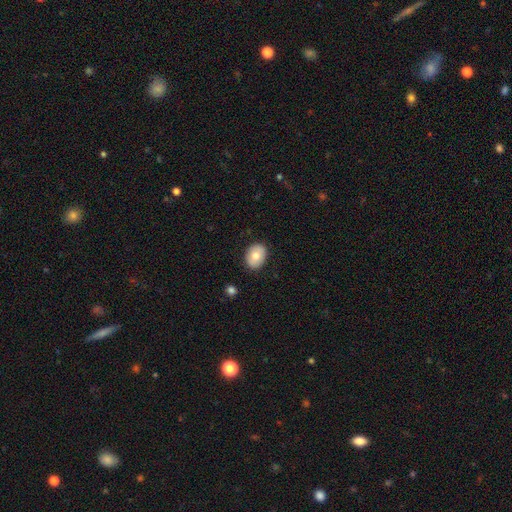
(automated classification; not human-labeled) Smooth or featured: smooth — 76% (featured or disk — 17%)
How rounded: in between — 71% (round — 28%)
Merging: none — 87% (minor disturbance — 9%)